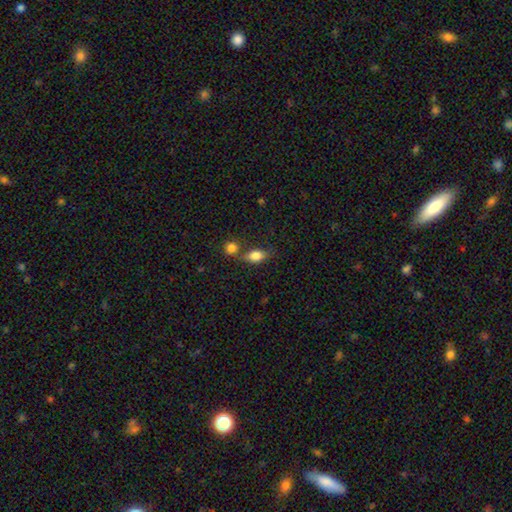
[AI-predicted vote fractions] Smooth or featured?
  - smooth: 81% *
  - featured or disk: 10%
  - star or artifact: 9%
How rounded?
  - in between: 79% *
  - round: 16%
  - cigar-shaped: 5%
Merging?
  - none: 57% *
  - merger: 25%
  - minor disturbance: 14%
  - major disturbance: 5%